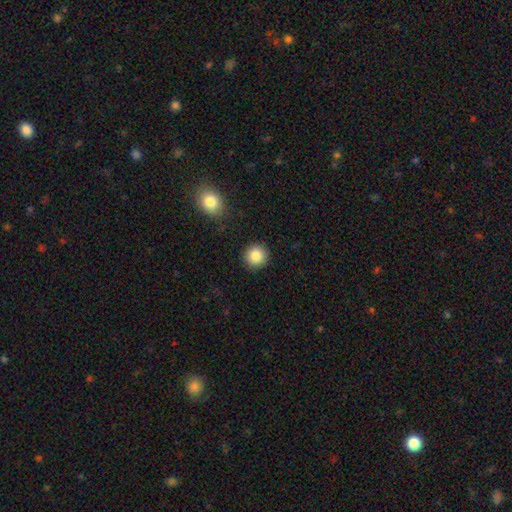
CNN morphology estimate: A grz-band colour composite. It shows a smooth galaxy with no disk features (85%) that is round (94%). Merging: none (91%).